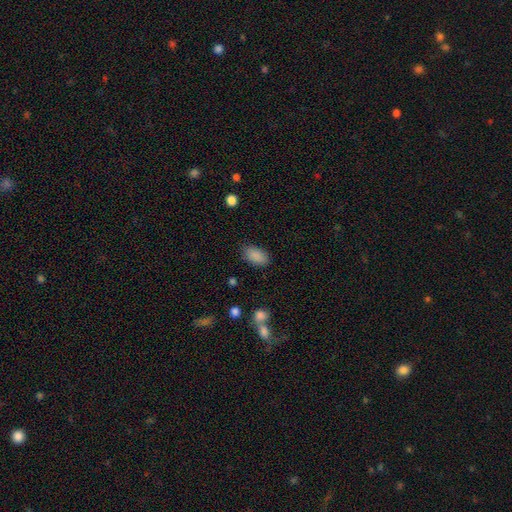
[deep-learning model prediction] A smooth galaxy with no disk features (88%) that is in between round and cigar-shaped (93%). Merging: none (84%).